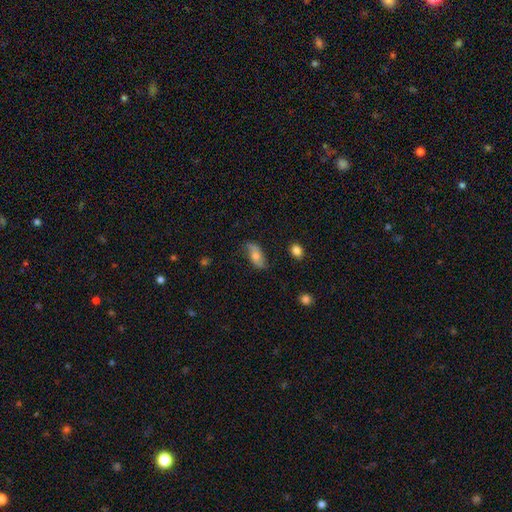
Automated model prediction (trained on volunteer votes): This is possibly a smooth galaxy (51%). How rounded: clearly in between (83%). Merging: likely none (73%).